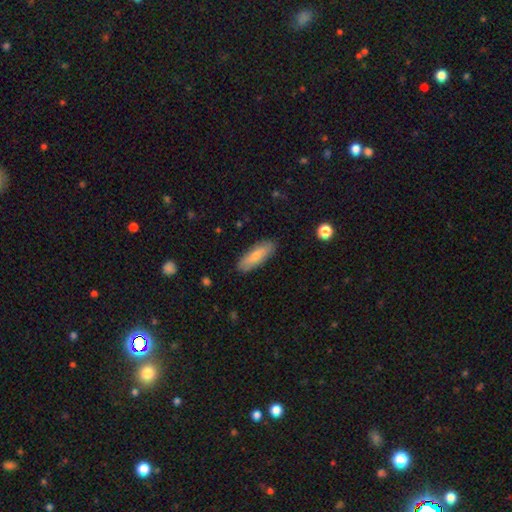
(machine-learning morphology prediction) smooth 71%, featured or disk 23%, star or artifact 6%. Down the decision tree: how rounded — in between (53%); merging — none (88%).